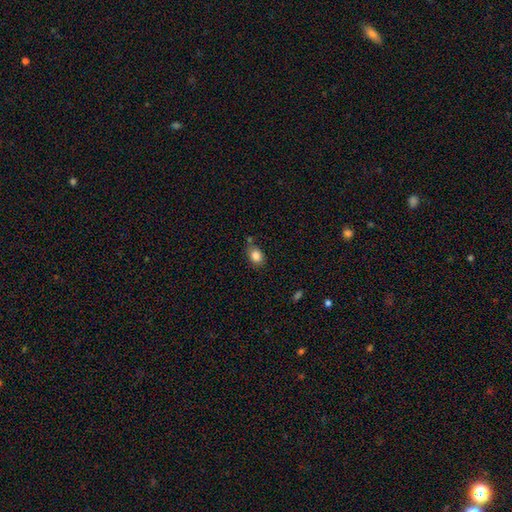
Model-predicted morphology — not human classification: This is clearly a smooth galaxy (85%). How rounded: likely in between (65%). Merging: likely none (69%).